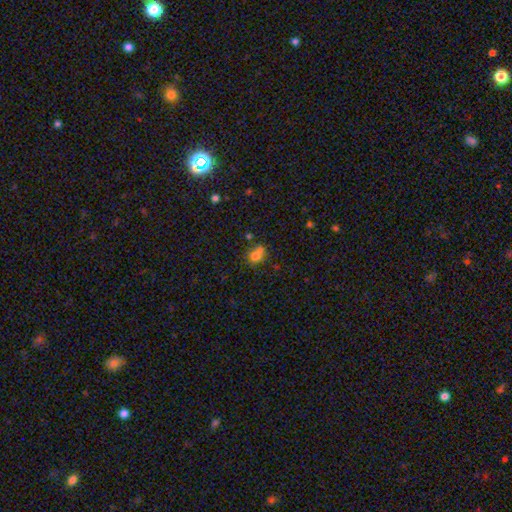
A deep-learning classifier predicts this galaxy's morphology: A smooth galaxy with no disk features (70%) that is round (70%).

Vote fractions:
- Smooth or featured? smooth: 70% / featured or disk: 15% / star or artifact: 15%
- How rounded? round: 70% / in between: 29% / cigar-shaped: 1%
- Merging? merger: 46% / none: 39% / minor disturbance: 10% / major disturbance: 5%